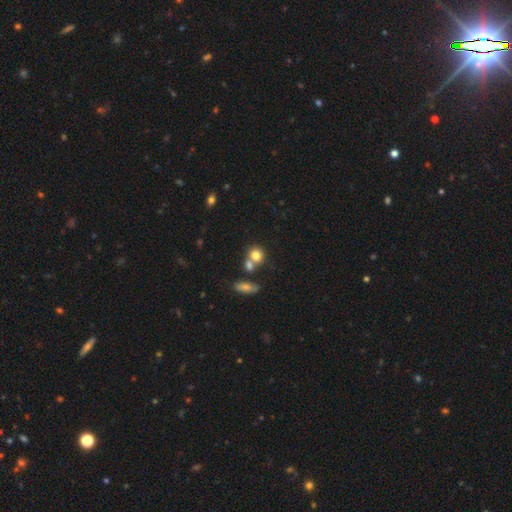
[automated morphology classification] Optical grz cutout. It shows a smooth galaxy with no disk features (78%) that is round (74%). Merging: none (47%).